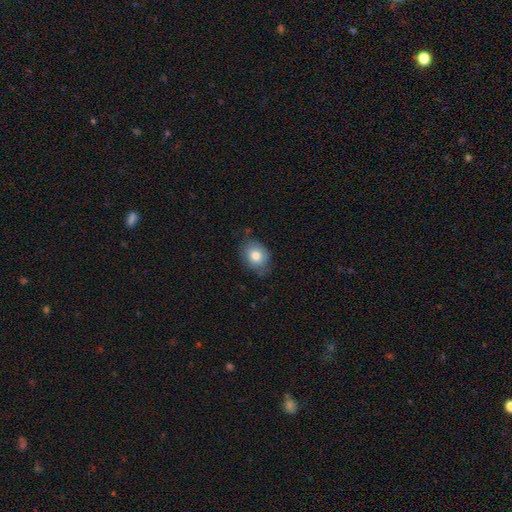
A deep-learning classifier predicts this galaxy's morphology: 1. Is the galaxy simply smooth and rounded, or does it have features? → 78% smooth, 14% featured or disk, 8% star or artifact.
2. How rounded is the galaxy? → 64% in between, 35% round, 1% cigar-shaped.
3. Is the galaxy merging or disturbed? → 67% none, 27% minor disturbance, 5% major disturbance, 1% merger.